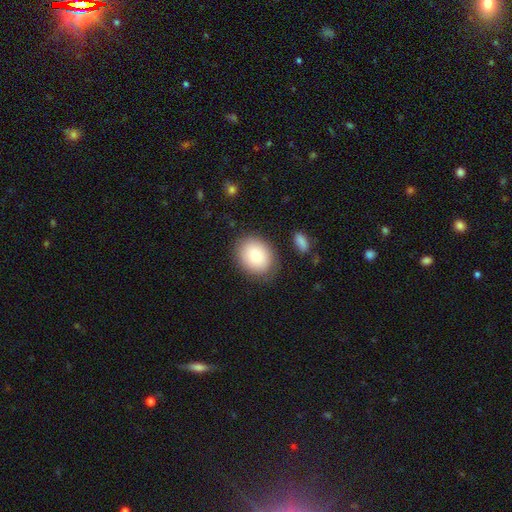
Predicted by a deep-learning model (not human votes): Smooth or featured? smooth (80%)
How rounded? round (52%)
Merging? none (81%)